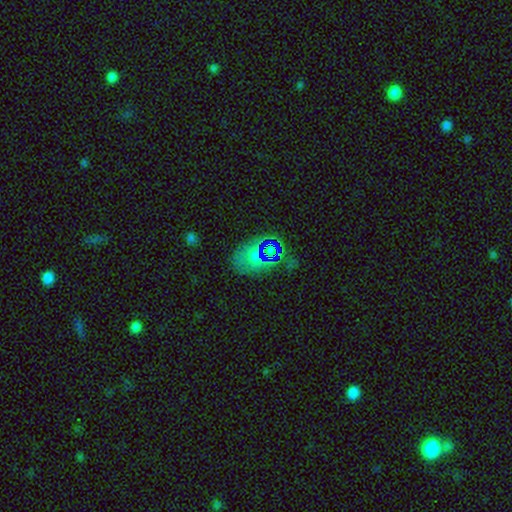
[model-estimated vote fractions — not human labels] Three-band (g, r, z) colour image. It shows a smooth galaxy with no disk features (48%). Merging: none (65%).